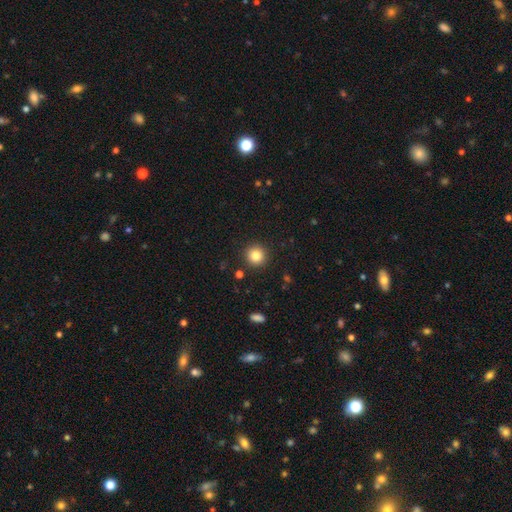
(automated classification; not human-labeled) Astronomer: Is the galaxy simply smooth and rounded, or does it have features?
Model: smooth — 83%.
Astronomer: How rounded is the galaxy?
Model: round — 94%.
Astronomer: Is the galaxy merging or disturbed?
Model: none — 91%.